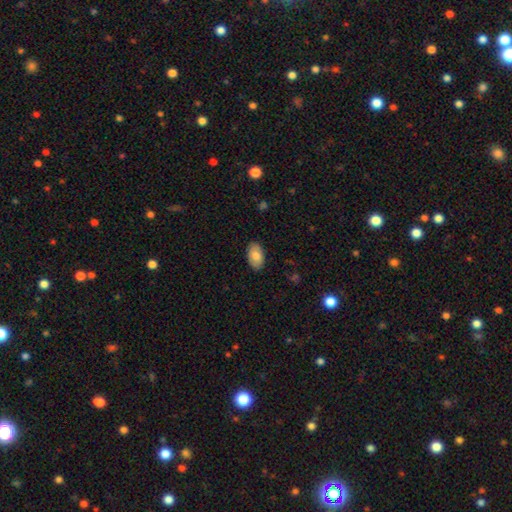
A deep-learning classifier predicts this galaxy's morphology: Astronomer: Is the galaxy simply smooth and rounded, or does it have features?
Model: smooth — 79%.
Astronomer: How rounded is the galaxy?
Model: in between — 94%.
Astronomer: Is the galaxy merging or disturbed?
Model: none — 87%.